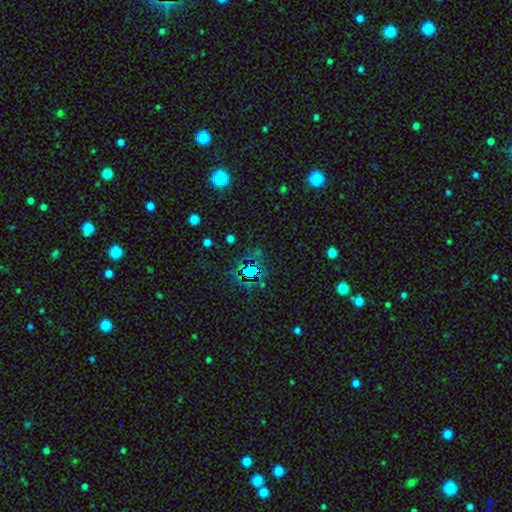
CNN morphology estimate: Smooth or featured: star or artifact — 76% (smooth — 15%)